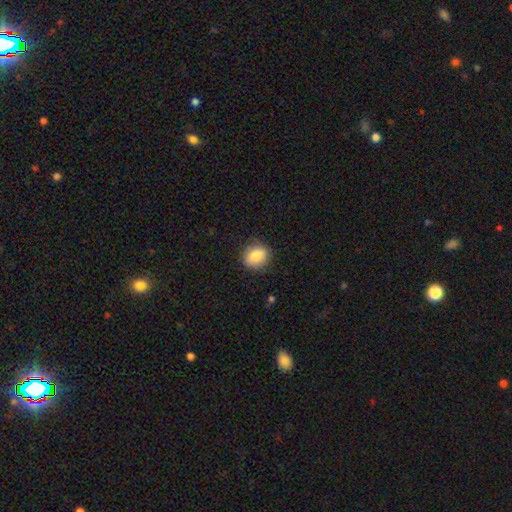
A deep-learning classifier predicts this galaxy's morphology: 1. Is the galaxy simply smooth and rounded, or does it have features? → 84% smooth, 9% featured or disk, 8% star or artifact.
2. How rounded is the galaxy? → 52% round, 46% in between, 2% cigar-shaped.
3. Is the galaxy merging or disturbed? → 83% none, 13% minor disturbance, 3% major disturbance, 1% merger.